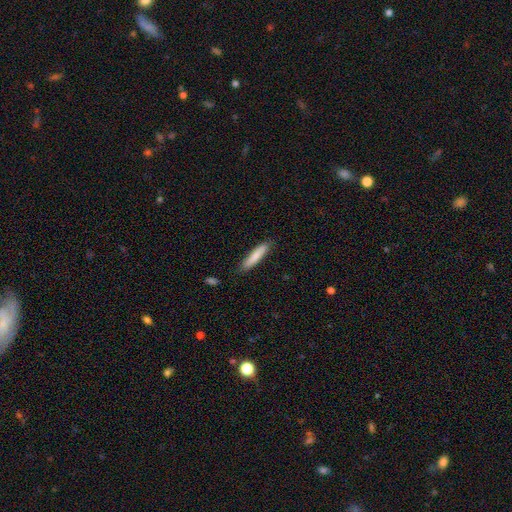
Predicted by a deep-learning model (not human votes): Smooth or featured? Predicted: smooth (p=0.80). How rounded? Predicted: cigar-shaped (p=0.89). Merging? Predicted: none (p=0.86).